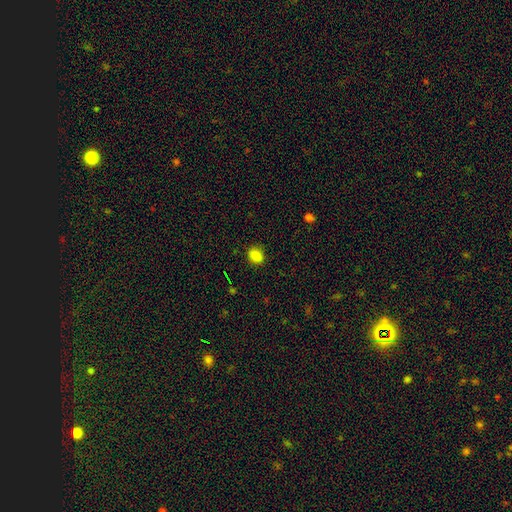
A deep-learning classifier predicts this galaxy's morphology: Smooth or featured: smooth — 85% (star or artifact — 11%)
How rounded: in between — 57% (round — 41%)
Merging: none — 87% (minor disturbance — 10%)